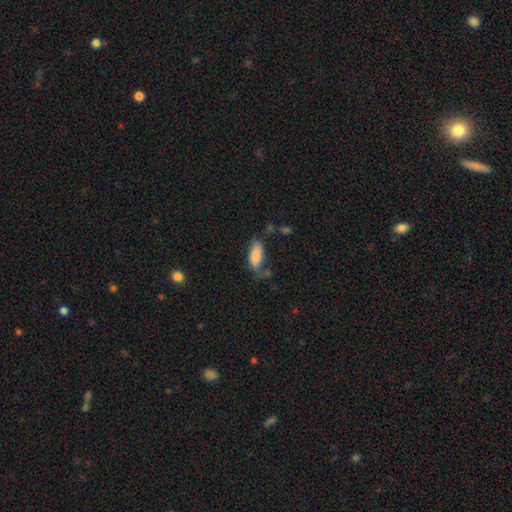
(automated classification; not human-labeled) A smooth galaxy with no disk features (79%) that is in between round and cigar-shaped (79%). Merging: none (44%).